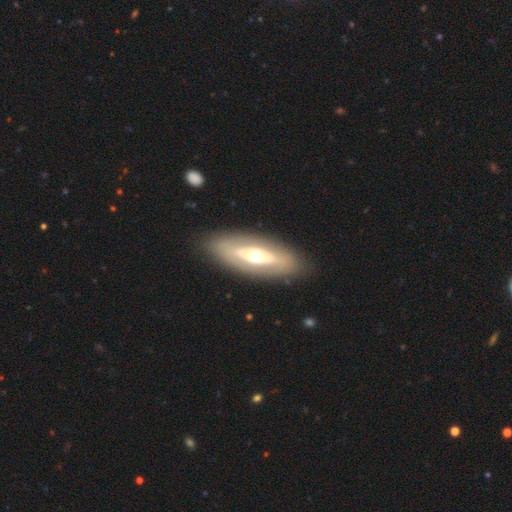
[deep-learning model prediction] A featured or disk galaxy (62%). Merging: none (85%).